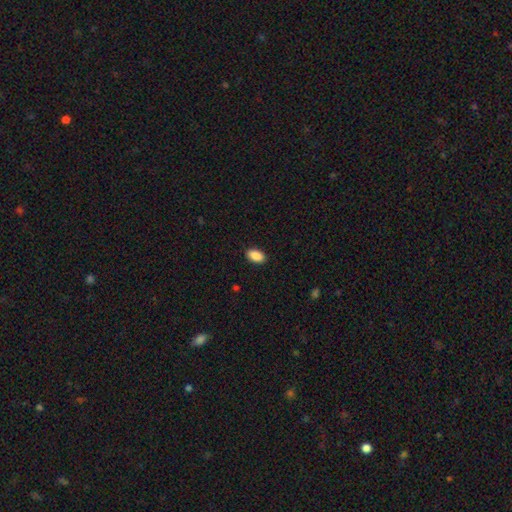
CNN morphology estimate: smooth_or_featured: smooth (p=0.90) [alt: star or artifact p=0.07]
how_rounded: in between (p=0.93) [alt: round p=0.05]
merging: none (p=0.89) [alt: minor disturbance p=0.08]